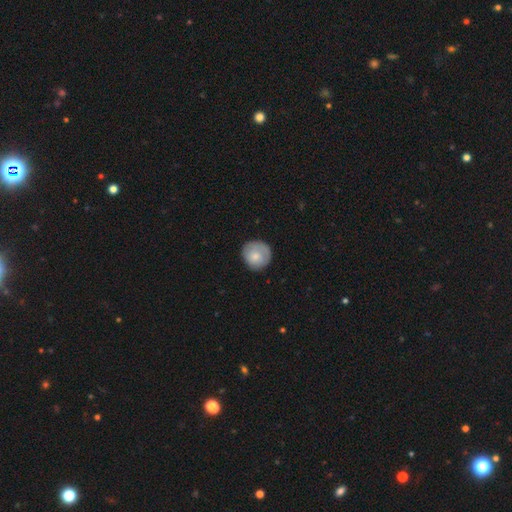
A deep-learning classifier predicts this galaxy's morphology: Smooth or featured? Predicted: smooth (p=0.76). How rounded? Predicted: round (p=0.92). Merging? Predicted: none (p=0.81).